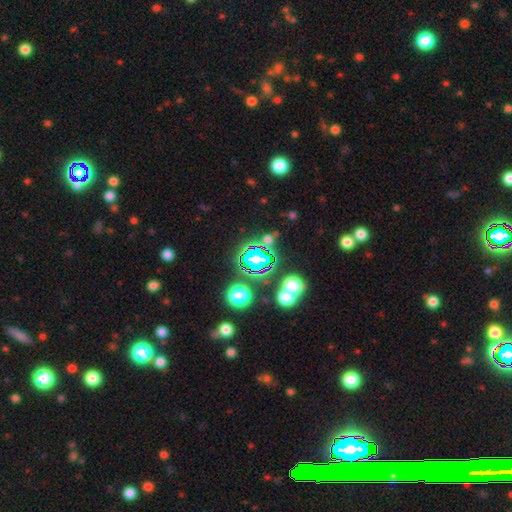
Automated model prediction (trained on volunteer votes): Overall: star or artifact (71%).